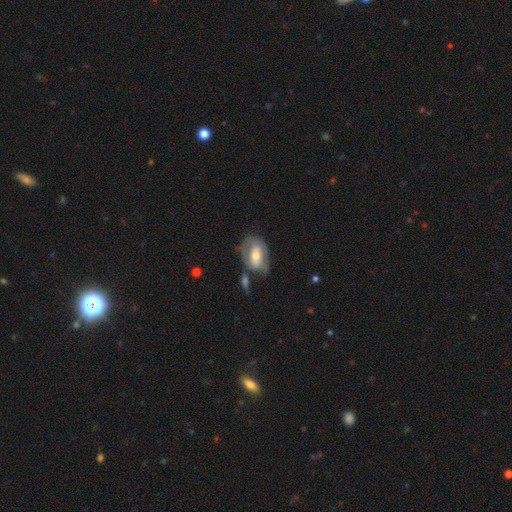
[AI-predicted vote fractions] Smooth or featured: featured or disk — 51% (smooth — 42%)
Edge-on disk: no — 93% (yes — 7%)
Merging: none — 40% (minor disturbance — 25%)